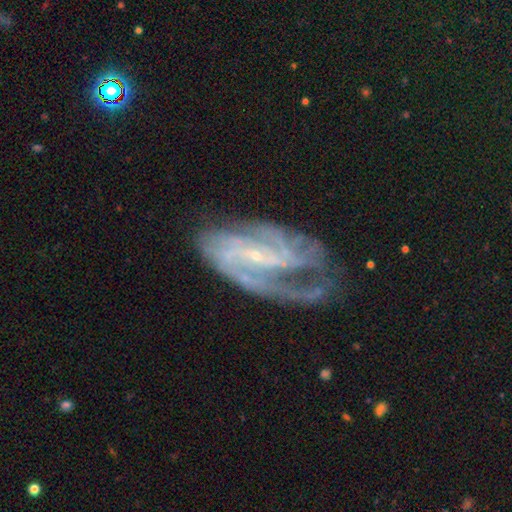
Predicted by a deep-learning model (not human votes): Smooth or featured: featured or disk — 87% (star or artifact — 7%)
Edge-on disk: no — 96% (yes — 4%)
Bar: weak — 40% (no — 33%)
Spiral arms: yes — 94% (no — 6%)
Spiral winding: medium — 46% (tight — 36%)
Spiral arm count: 2 — 34% (can't tell — 24%)
Bulge size: small — 85% (moderate — 9%)
Merging: none — 51% (minor disturbance — 24%)